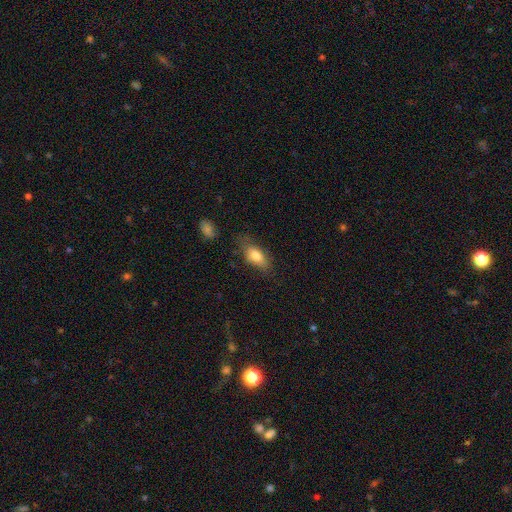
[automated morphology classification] Smooth or featured? smooth (78%)
How rounded? in between (84%)
Merging? none (65%)